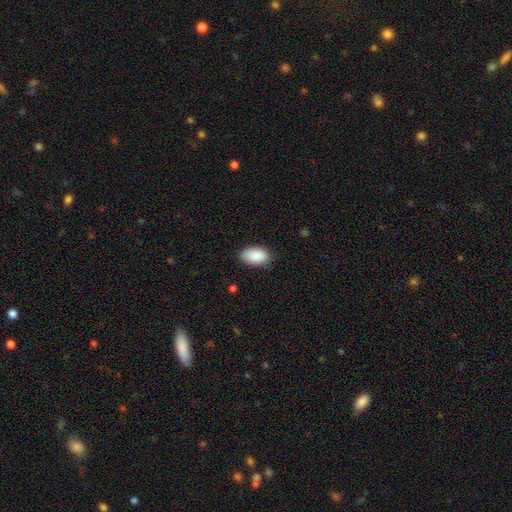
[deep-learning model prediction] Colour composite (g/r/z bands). It shows a smooth galaxy with no disk features (90%) that is in between round and cigar-shaped (95%). Merging: none (82%).